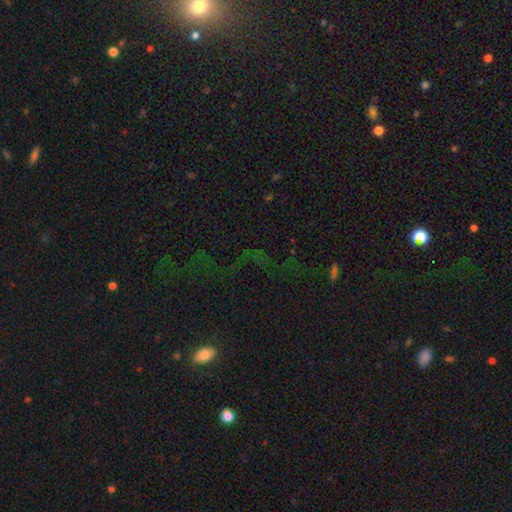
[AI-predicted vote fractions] This is likely a star or artifact rather than a galaxy (64%).